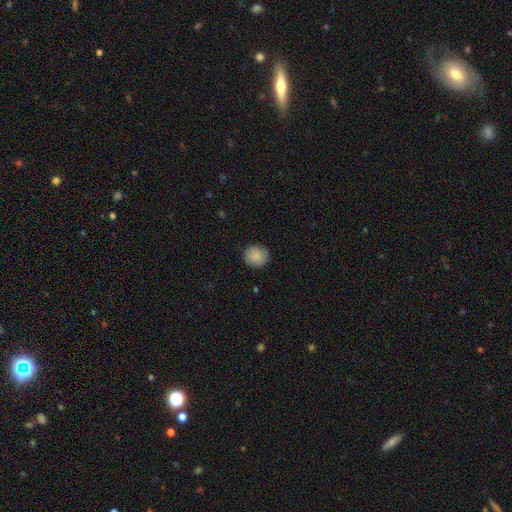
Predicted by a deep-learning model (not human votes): This appears to be a smooth galaxy with no disk features (88%) that is round (87%). Merging: none (87%).